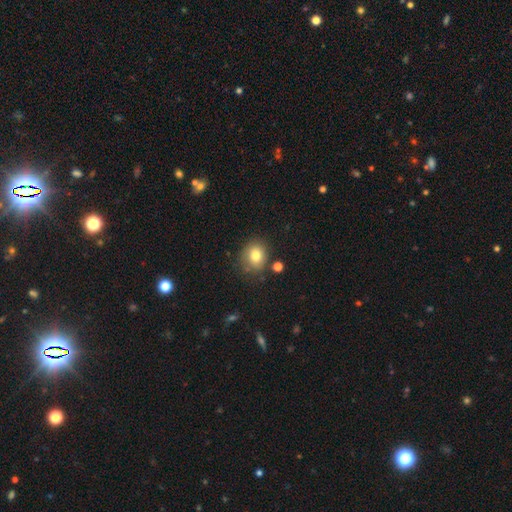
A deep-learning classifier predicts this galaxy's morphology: smooth-or-featured: smooth: 80% | star or artifact: 11% | featured or disk: 10%
  how-rounded: round: 68% | in between: 31% | cigar-shaped: 1%
  merging: none: 75% | minor disturbance: 15% | merger: 6% | major disturbance: 4%